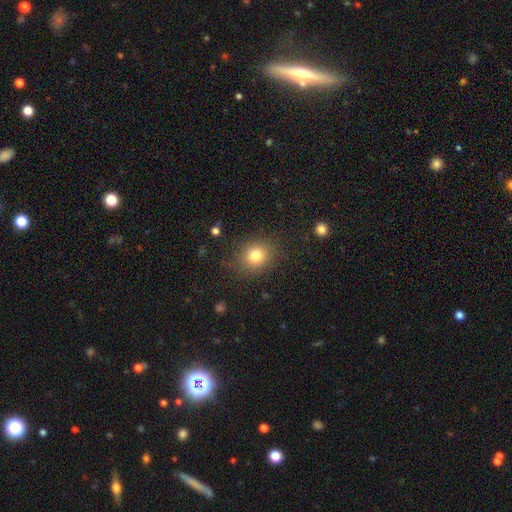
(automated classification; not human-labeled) Overall: smooth (79%). How rounded: round (72%). Merging: none (85%).